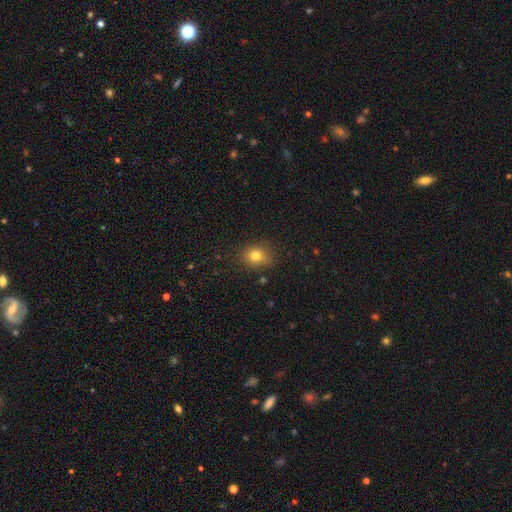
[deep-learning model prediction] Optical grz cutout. It shows a smooth galaxy with no disk features (80%) that is round (53%). Merging: none (83%).